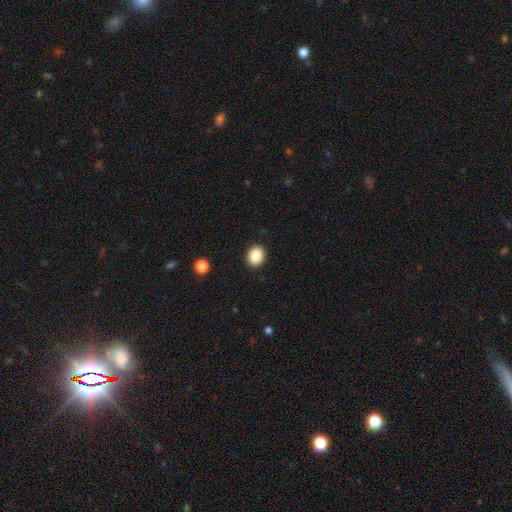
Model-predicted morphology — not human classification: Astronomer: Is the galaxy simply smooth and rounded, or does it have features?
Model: smooth — 88%.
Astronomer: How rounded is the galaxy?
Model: round — 50%, tied with in between at 50%.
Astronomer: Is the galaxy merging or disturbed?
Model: none — 91%.